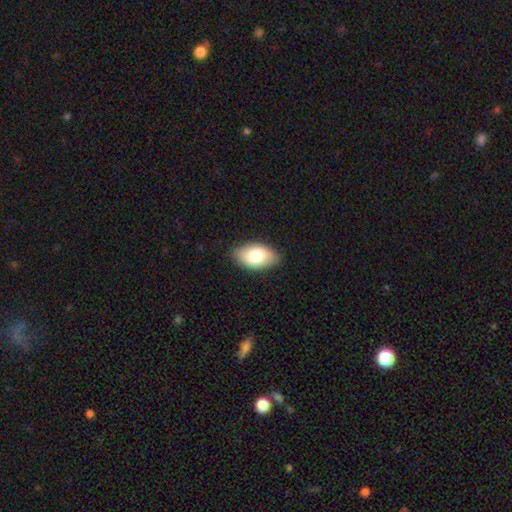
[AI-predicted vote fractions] smooth-or-featured: smooth: 79% | featured or disk: 15% | star or artifact: 6%
  how-rounded: in between: 94% | round: 4% | cigar-shaped: 2%
  merging: none: 84% | minor disturbance: 13% | major disturbance: 2% | merger: 1%